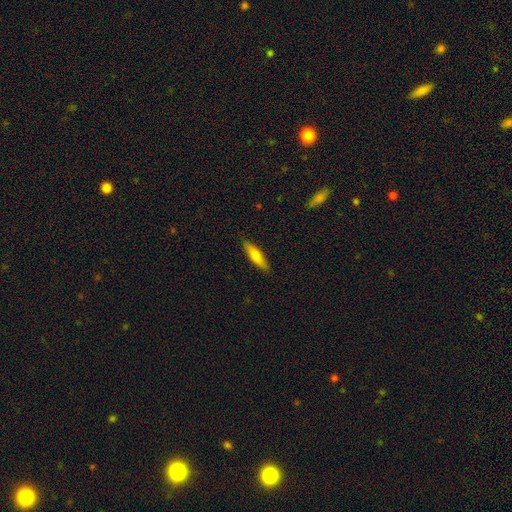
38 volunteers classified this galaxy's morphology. smooth-or-featured: smooth: 63% | featured or disk: 29% | star or artifact: 8%
  how-rounded: in between: 50% (tied) | cigar-shaped: 50% (tied) | round: 0%
  merging: none: 89% | minor disturbance: 9% | merger: 3% | major disturbance: 0%